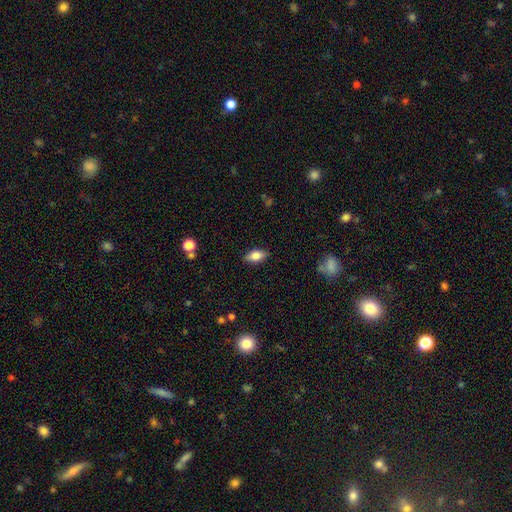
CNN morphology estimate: A smooth galaxy with no disk features (74%) that is in between round and cigar-shaped (85%). Merging: none (86%).